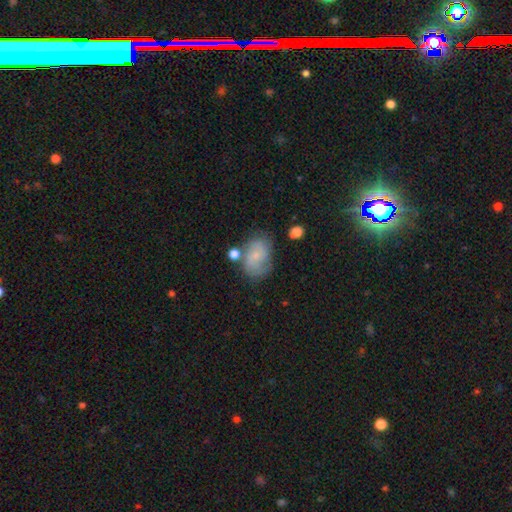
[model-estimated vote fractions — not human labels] Overall: featured or disk (49%; smooth 42%). Merging: none (56%; minor disturbance 24%).